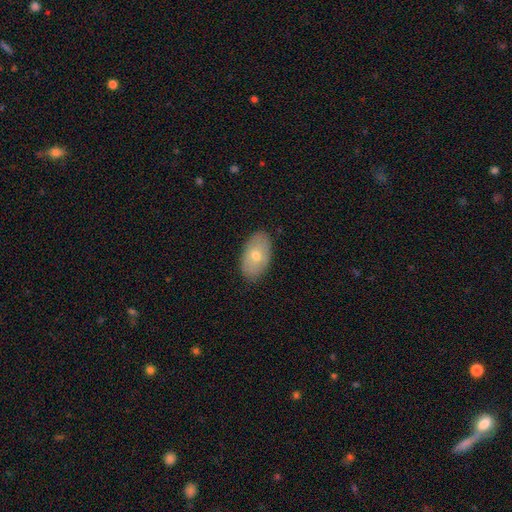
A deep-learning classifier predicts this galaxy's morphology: type=smooth (64%); roundness=in between (93%); merging=none (87%).